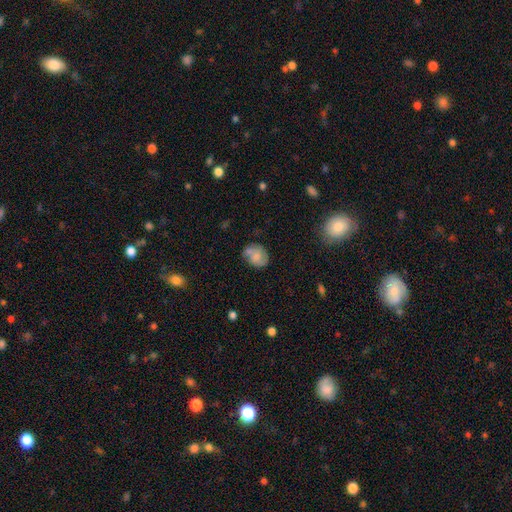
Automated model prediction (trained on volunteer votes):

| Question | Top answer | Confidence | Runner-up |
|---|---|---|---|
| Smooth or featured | smooth | 55% | featured or disk (36%) |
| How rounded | in between | 50% | round (49%) |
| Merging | none | 53% | minor disturbance (26%) |